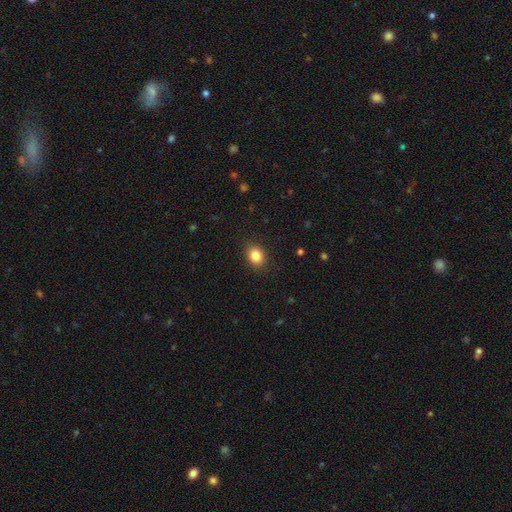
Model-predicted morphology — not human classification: Smooth or featured?
  - smooth: 85% *
  - star or artifact: 10%
  - featured or disk: 5%
How rounded?
  - in between: 51% *
  - round: 48%
  - cigar-shaped: 1%
Merging?
  - none: 88% *
  - minor disturbance: 8%
  - major disturbance: 2%
  - merger: 1%